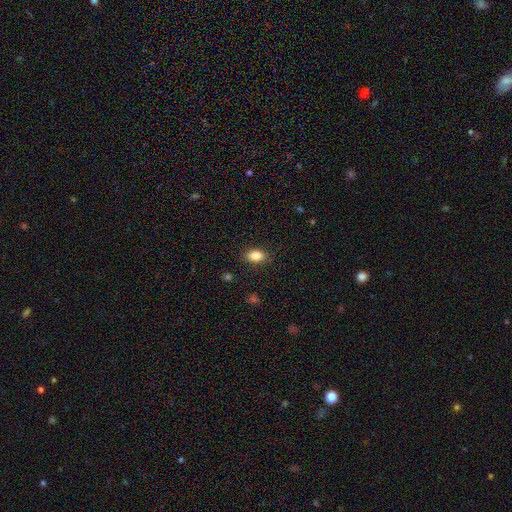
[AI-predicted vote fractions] Smooth or featured? Predicted: smooth (p=0.85). How rounded? Predicted: in between (p=0.86). Merging? Predicted: none (p=0.87).